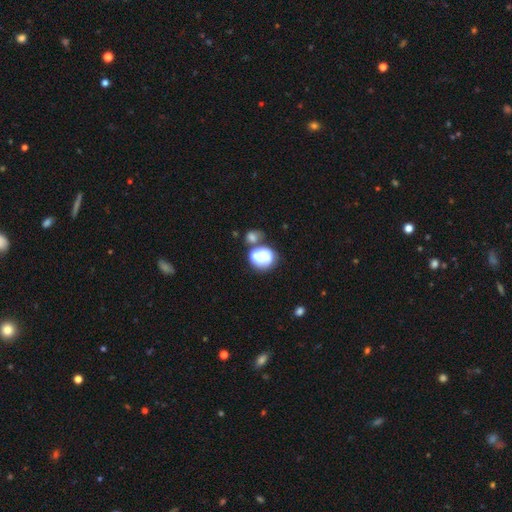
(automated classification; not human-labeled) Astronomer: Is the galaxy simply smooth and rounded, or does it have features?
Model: smooth — 62%.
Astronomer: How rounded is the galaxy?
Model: in between — 51% (runner-up: round, 48%).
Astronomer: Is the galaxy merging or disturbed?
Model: merger — 48% (runner-up: none, 25%).